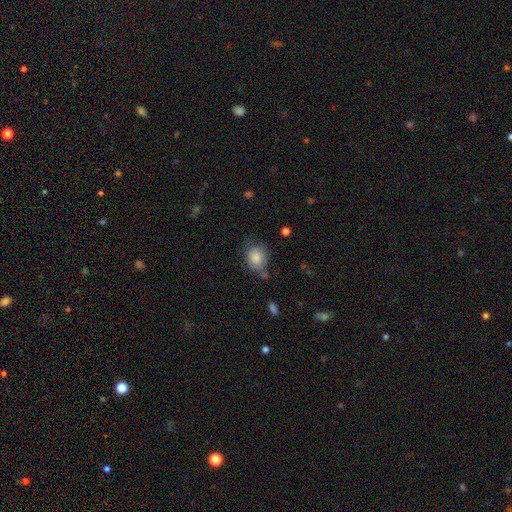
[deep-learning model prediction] smooth 83%, star or artifact 9%, featured or disk 8%. Down the decision tree: how rounded — round (56%); merging — none (61%).